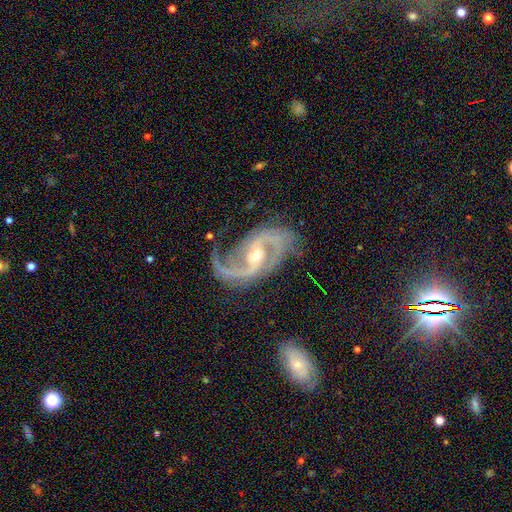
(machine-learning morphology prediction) Overall: featured or disk (92%). Edge-on disk: no (97%). Bar: weak (45%; strong 29%). Spiral arms: yes (98%). Spiral arm count: 2 (87%). Spiral winding: medium (48%; loose 39%). Bulge size: moderate (54%; small 41%). Merging: none (63%).